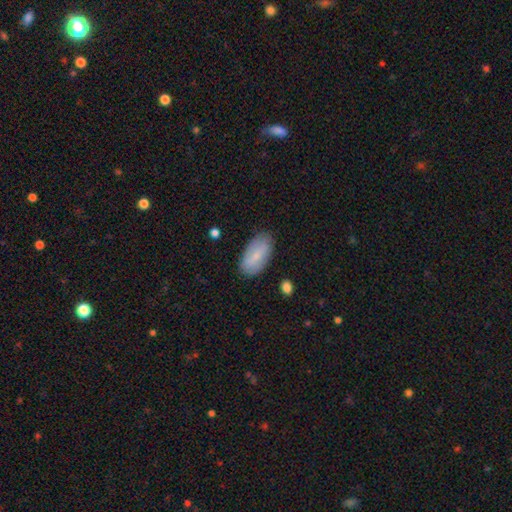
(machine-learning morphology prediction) type=smooth (71%); roundness=in between (93%); merging=none (81%).